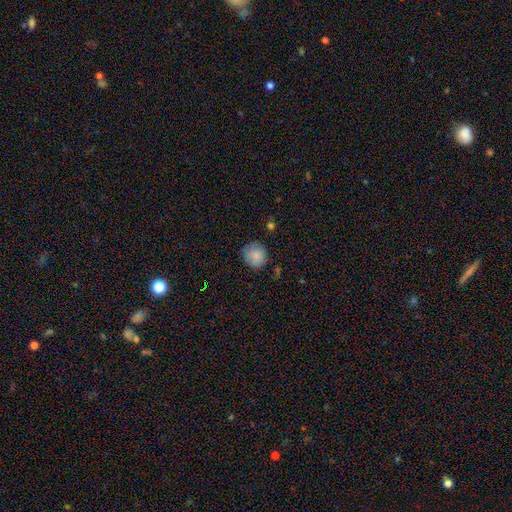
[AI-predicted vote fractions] Q: Smooth or featured?
A: smooth (84%); runner-up: star or artifact (8%)
Q: How rounded?
A: round (84%); runner-up: in between (15%)
Q: Merging?
A: none (76%); runner-up: minor disturbance (18%)